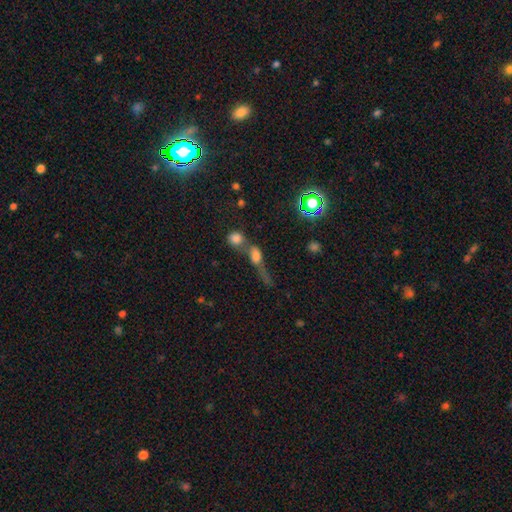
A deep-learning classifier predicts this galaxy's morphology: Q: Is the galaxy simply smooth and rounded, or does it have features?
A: smooth — 61%.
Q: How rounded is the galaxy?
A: in between — 48%.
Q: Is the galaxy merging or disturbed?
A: merger — 59%.